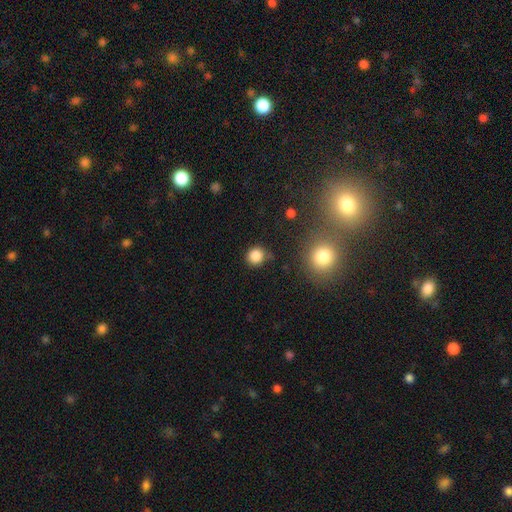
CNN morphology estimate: smooth-or-featured: smooth: 85% | star or artifact: 11% | featured or disk: 4%
  how-rounded: round: 90% | in between: 9% | cigar-shaped: 1%
  merging: none: 80% | minor disturbance: 13% | major disturbance: 4% | merger: 3%